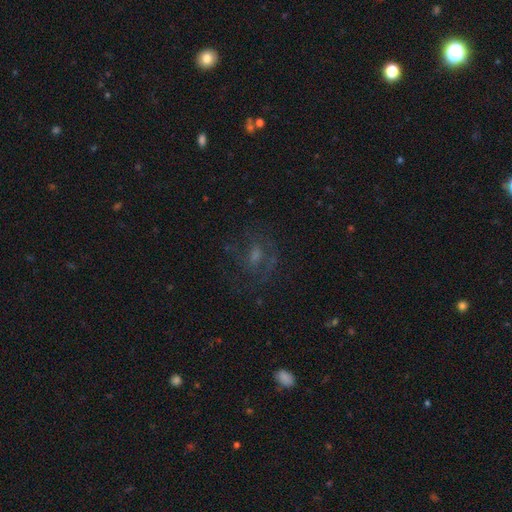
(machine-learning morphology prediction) Smooth or featured: featured or disk — 49% (smooth — 27%)
Merging: none — 61% (major disturbance — 20%)